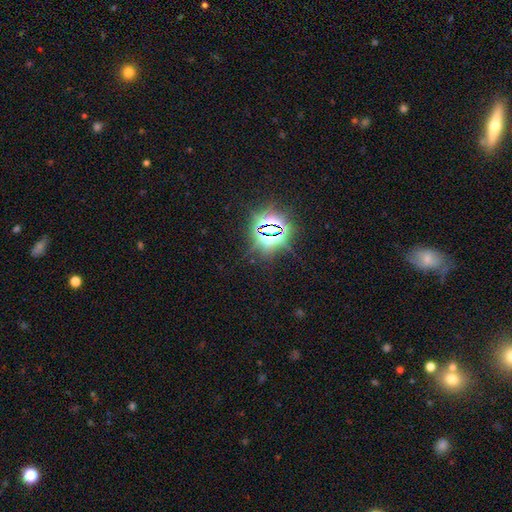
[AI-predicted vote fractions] Morphology: type=star or artifact (80%).